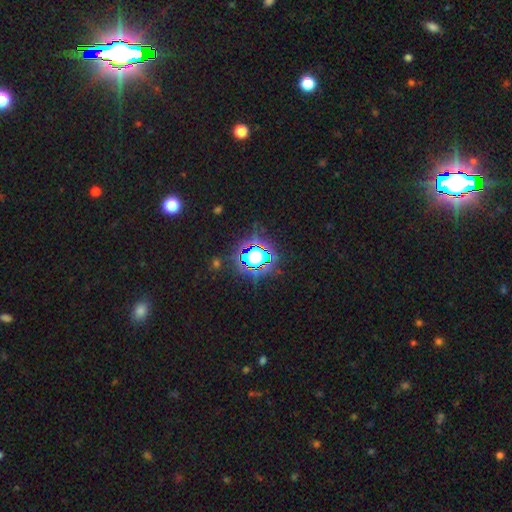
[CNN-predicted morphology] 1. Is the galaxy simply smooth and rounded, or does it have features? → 70% star or artifact, 19% smooth, 11% featured or disk.